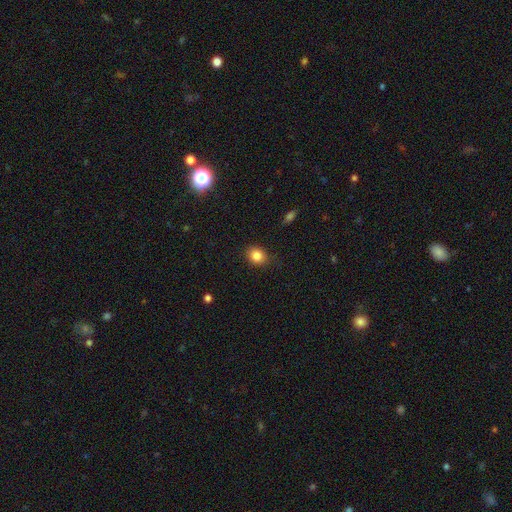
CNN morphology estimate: smooth 84%, star or artifact 11%, featured or disk 6%. Down the decision tree: how rounded — round (63%); merging — none (84%).